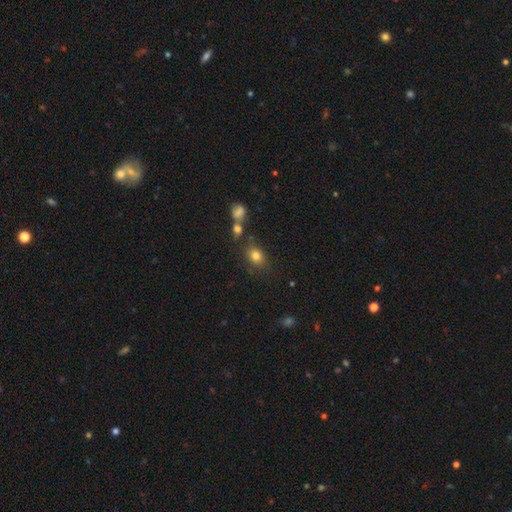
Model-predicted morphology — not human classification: This appears to be a smooth galaxy with no disk features (79%) that is in between round and cigar-shaped (55%). Merging: none (69%).